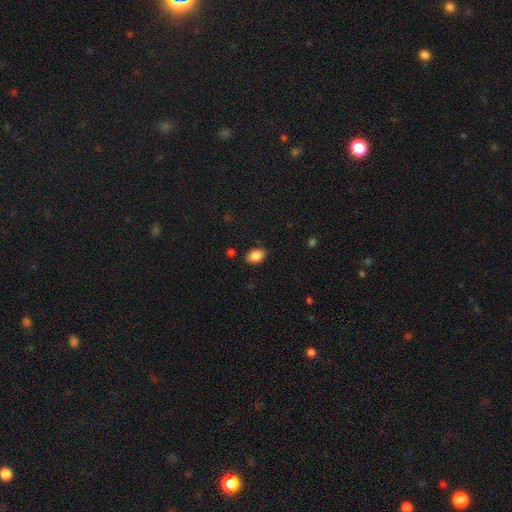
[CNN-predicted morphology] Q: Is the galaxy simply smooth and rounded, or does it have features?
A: smooth — 86%.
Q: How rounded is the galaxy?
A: in between — 85%.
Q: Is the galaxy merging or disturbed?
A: none — 83%.